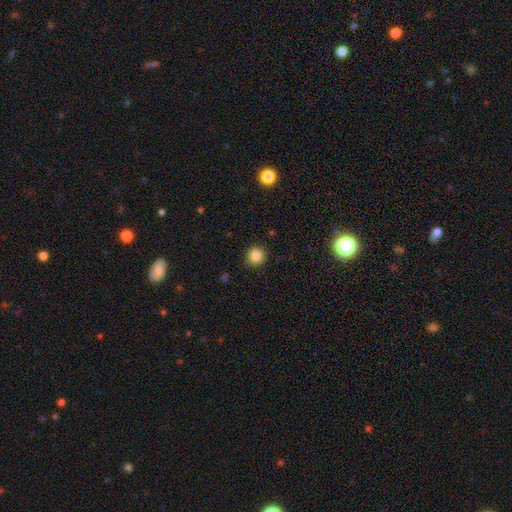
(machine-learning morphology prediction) A smooth galaxy with no disk features (85%) that is round (92%). Merging: none (91%).